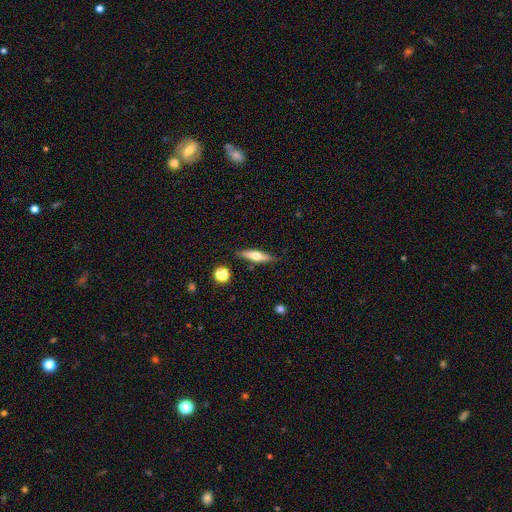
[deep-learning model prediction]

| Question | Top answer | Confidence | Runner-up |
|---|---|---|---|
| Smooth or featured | featured or disk | 48% | smooth (45%) |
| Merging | none | 86% | minor disturbance (10%) |